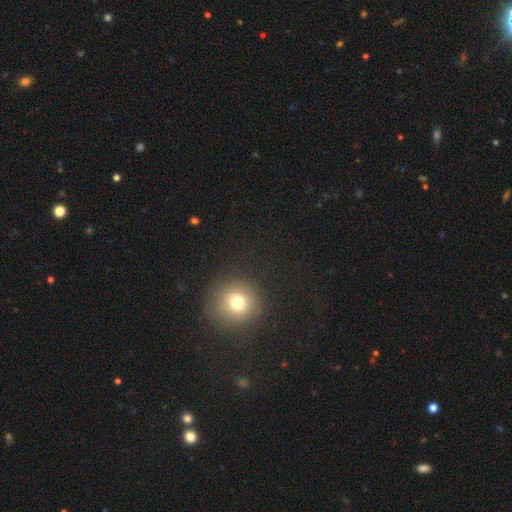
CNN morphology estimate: A smooth galaxy with no disk features (63%) that is round (95%). Merging: none (91%).